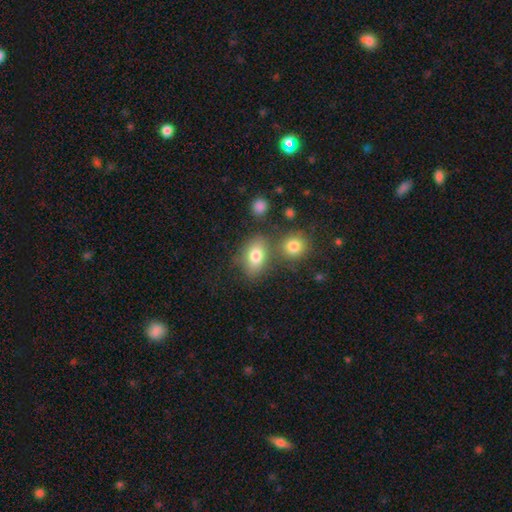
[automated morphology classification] Smooth or featured?
  - smooth: 78% *
  - featured or disk: 11%
  - star or artifact: 11%
How rounded?
  - in between: 76% *
  - round: 22%
  - cigar-shaped: 2%
Merging?
  - none: 61% *
  - merger: 21%
  - minor disturbance: 13%
  - major disturbance: 5%